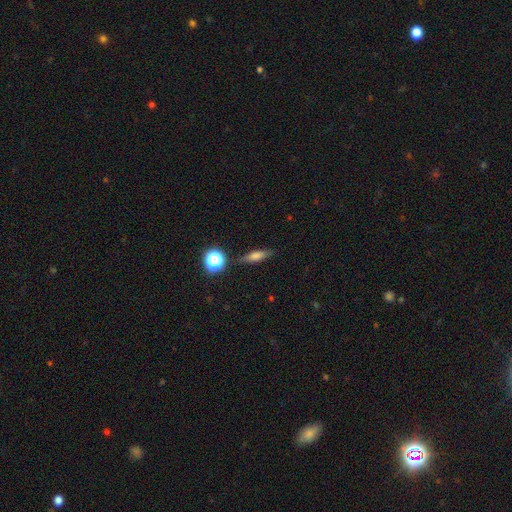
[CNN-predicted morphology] This appears to be a smooth galaxy with no disk features (62%) that is cigar-shaped (58%). Merging: none (84%).